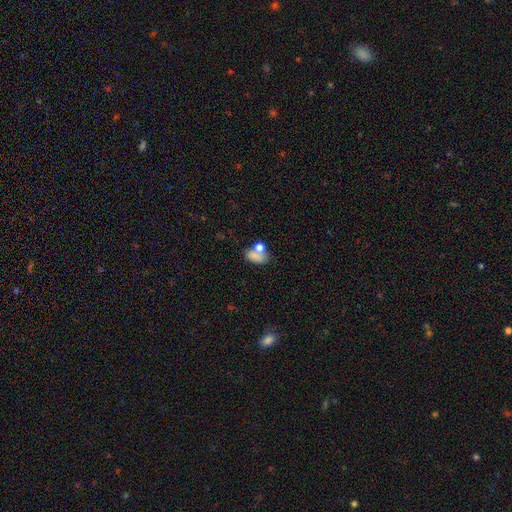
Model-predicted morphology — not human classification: smooth-or-featured: smooth: 75% | featured or disk: 14% | star or artifact: 11%
  how-rounded: in between: 80% | round: 18% | cigar-shaped: 2%
  merging: merger: 38% | none: 37% | minor disturbance: 15% | major disturbance: 10%